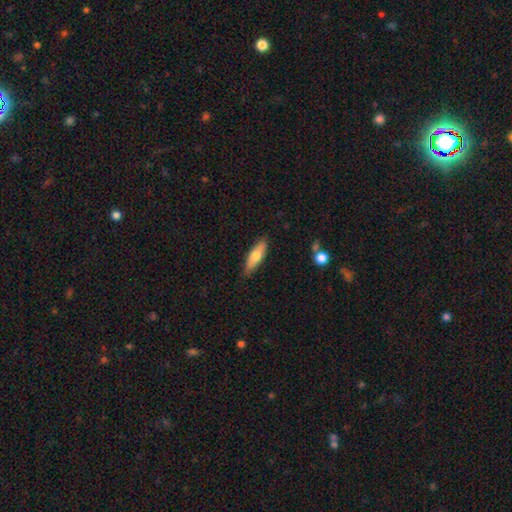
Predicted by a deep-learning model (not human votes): Smooth or featured? Predicted: smooth (p=0.68). How rounded? Predicted: cigar-shaped (p=0.51). Merging? Predicted: none (p=0.81).